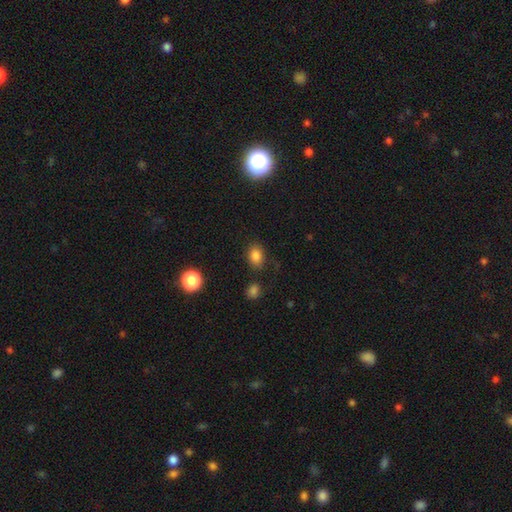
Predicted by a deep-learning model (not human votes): Morphology: type=smooth (83%); roundness=in between (69%); merging=none (81%).